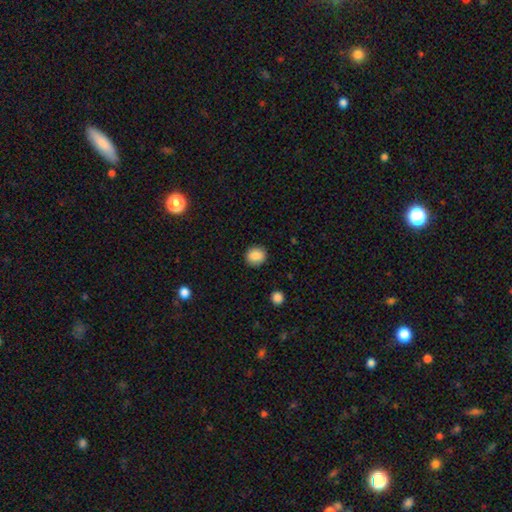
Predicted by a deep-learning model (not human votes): Smooth or featured? Predicted: smooth (p=0.88). How rounded? Predicted: round (p=0.78). Merging? Predicted: none (p=0.90).